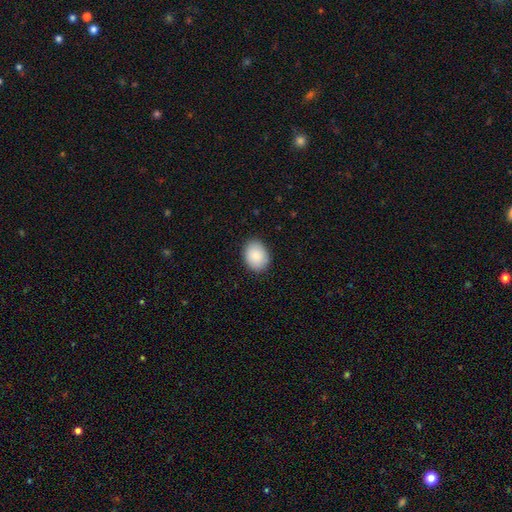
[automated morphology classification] Smooth or featured: smooth — 87% (star or artifact — 7%)
How rounded: in between — 65% (round — 35%)
Merging: none — 87% (minor disturbance — 10%)